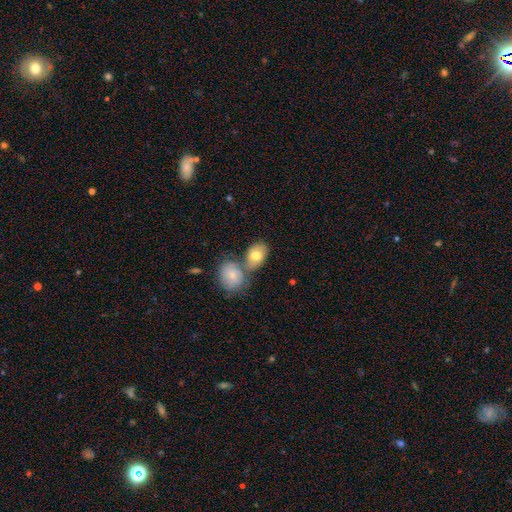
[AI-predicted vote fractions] Smooth or featured: smooth — 75% (featured or disk — 19%)
How rounded: in between — 78% (round — 21%)
Merging: merger — 45% (none — 39%)